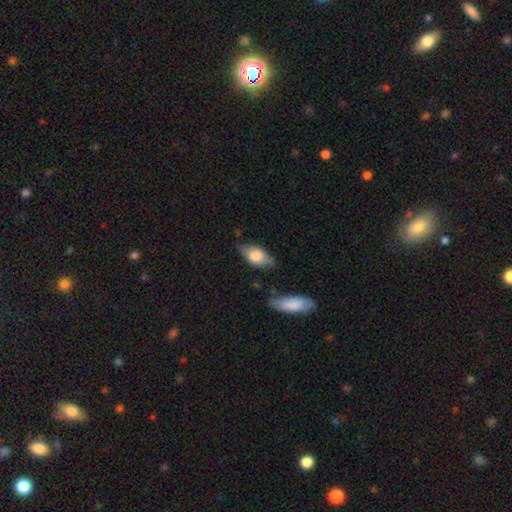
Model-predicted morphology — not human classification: Smooth or featured?
  - smooth: 63% *
  - featured or disk: 30%
  - star or artifact: 7%
How rounded?
  - in between: 86% *
  - cigar-shaped: 9%
  - round: 5%
Merging?
  - none: 67% *
  - minor disturbance: 23%
  - major disturbance: 6%
  - merger: 5%